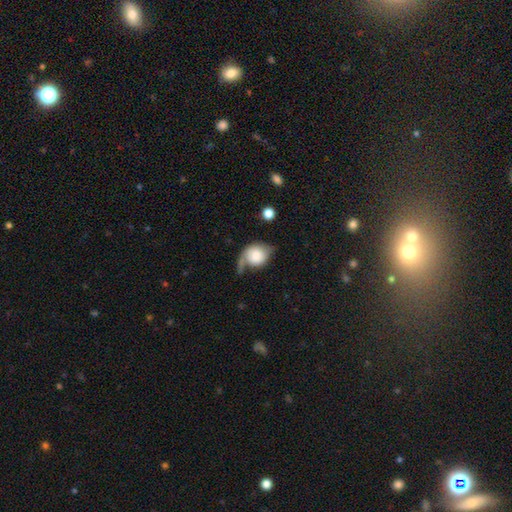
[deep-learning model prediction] This is likely a smooth galaxy (63%). How rounded: possibly round (59%). Merging: marginally major disturbance (33%).